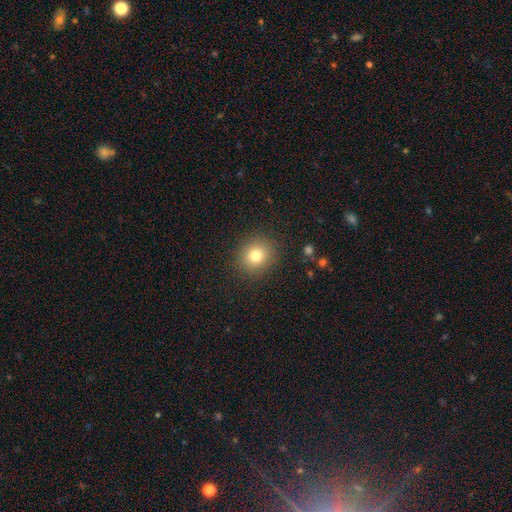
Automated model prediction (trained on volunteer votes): The model was most divided on "smooth or featured": smooth: 79%, star or artifact: 13%, featured or disk: 9%. More confident: merging — none (88%); how rounded — round (84%).